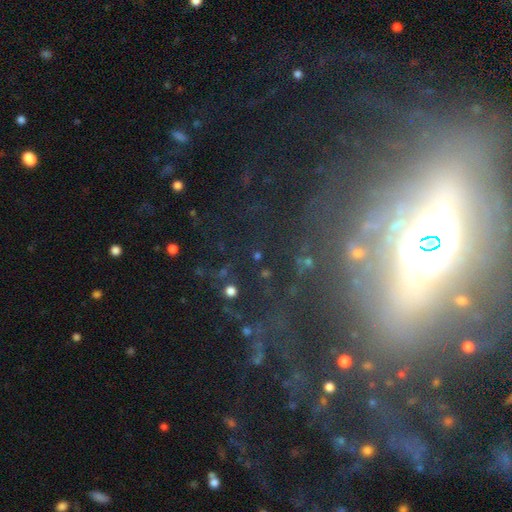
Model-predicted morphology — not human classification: Smooth or featured? Predicted: featured or disk (p=0.46). Merging? Predicted: none (p=0.63).